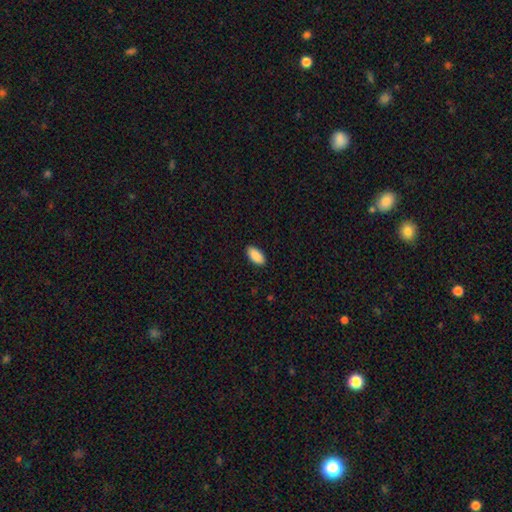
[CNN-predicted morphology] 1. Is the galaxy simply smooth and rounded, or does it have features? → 91% smooth, 6% star or artifact, 3% featured or disk.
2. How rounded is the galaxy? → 92% in between, 6% cigar-shaped, 2% round.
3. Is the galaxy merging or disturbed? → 90% none, 8% minor disturbance, 2% major disturbance, 1% merger.